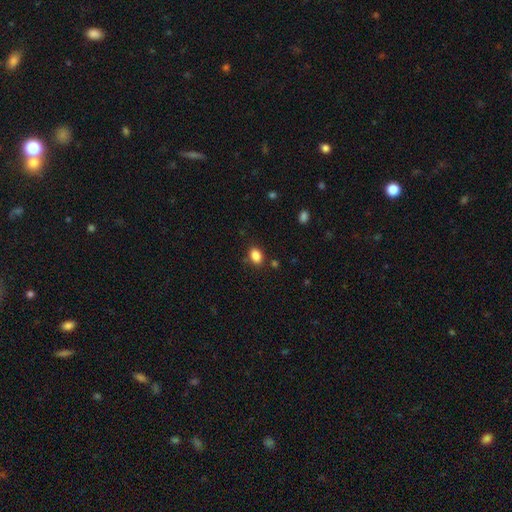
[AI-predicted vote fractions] smooth-or-featured: smooth: 86% | star or artifact: 10% | featured or disk: 4%
  how-rounded: in between: 73% | round: 26% | cigar-shaped: 1%
  merging: none: 82% | minor disturbance: 12% | major disturbance: 3% | merger: 3%